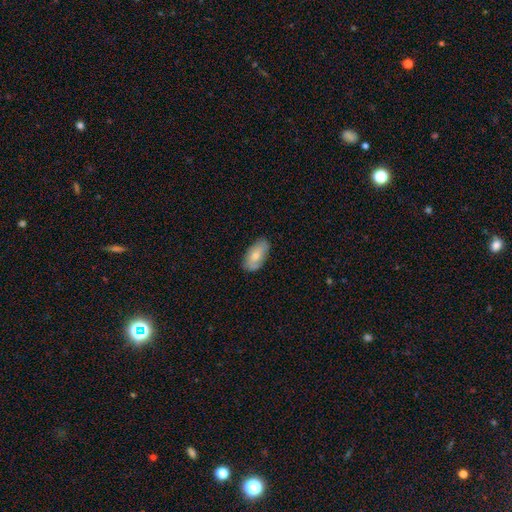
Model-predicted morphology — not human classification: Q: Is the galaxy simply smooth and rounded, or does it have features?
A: smooth — 75%.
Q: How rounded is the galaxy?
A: in between — 92%.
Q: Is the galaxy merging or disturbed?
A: none — 79%.